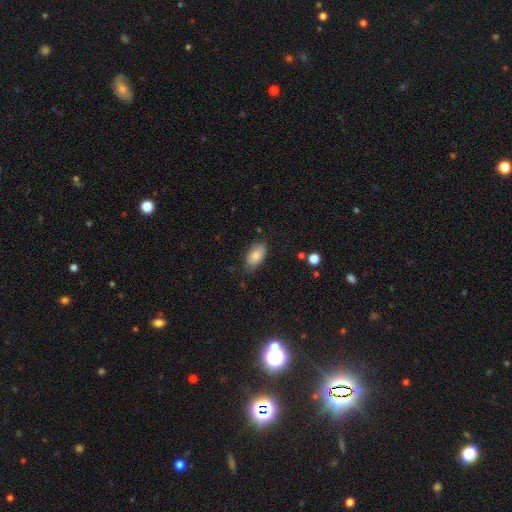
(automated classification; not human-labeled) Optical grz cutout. It shows a smooth galaxy with no disk features (84%) that is in between round and cigar-shaped (93%). Merging: none (76%).